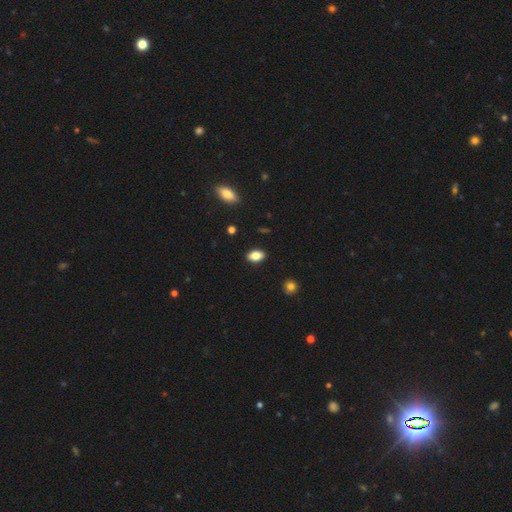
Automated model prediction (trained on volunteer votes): Smooth or featured: smooth — 82% (featured or disk — 9%)
How rounded: in between — 89% (round — 8%)
Merging: none — 89% (minor disturbance — 8%)